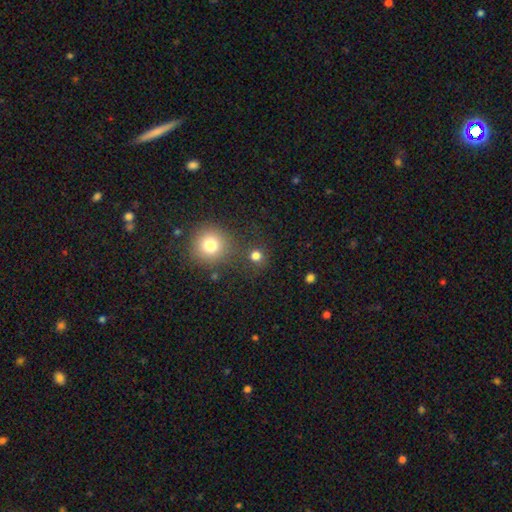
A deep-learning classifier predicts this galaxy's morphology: Overall: smooth (78%). How rounded: round (90%). Merging: none (77%).